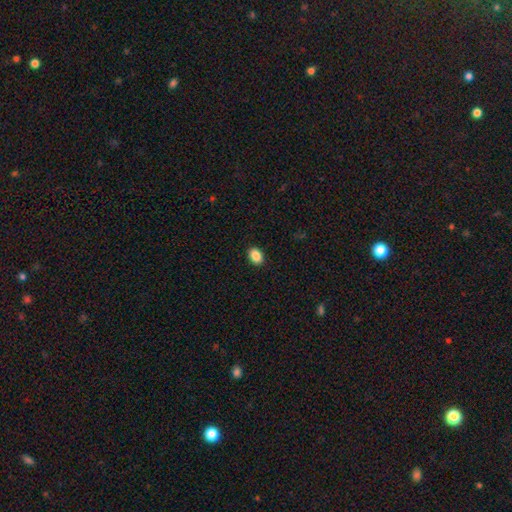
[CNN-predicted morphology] Overall: smooth (88%). How rounded: in between (75%). Merging: none (91%).